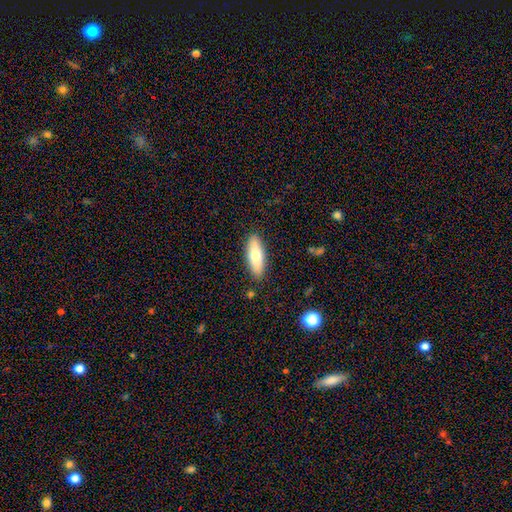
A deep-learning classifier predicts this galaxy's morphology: Q: Smooth or featured?
A: smooth (71%); runner-up: featured or disk (23%)
Q: How rounded?
A: in between (56%); runner-up: cigar-shaped (42%)
Q: Merging?
A: none (88%); runner-up: minor disturbance (9%)